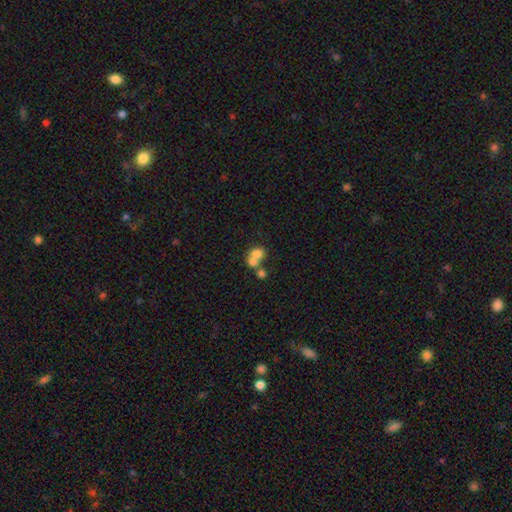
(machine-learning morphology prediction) type=smooth (70%); roundness=round (66%); merging=merger (64%).